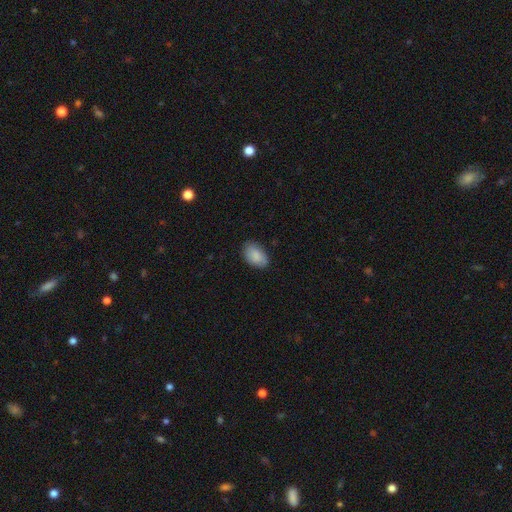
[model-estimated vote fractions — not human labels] The model was most divided on "merging": none: 80%, minor disturbance: 16%, major disturbance: 3%, merger: 1%. More confident: how rounded — in between (91%); smooth or featured — smooth (85%).